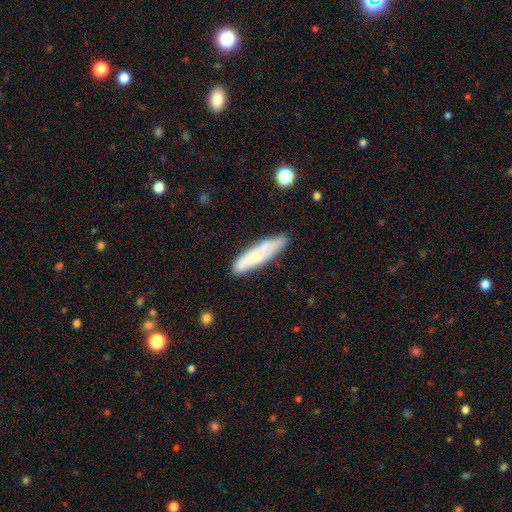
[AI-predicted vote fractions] smooth-or-featured: smooth: 58% | featured or disk: 35% | star or artifact: 7%
  how-rounded: cigar-shaped: 76% | in between: 22% | round: 2%
  merging: none: 72% | minor disturbance: 18% | merger: 6% | major disturbance: 4%